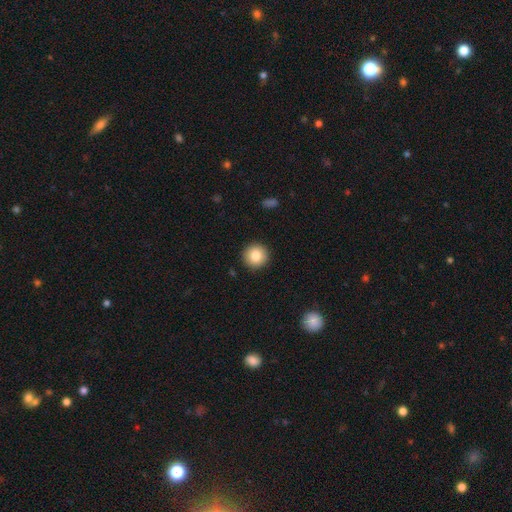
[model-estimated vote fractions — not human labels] The model was most divided on "smooth or featured": smooth: 83%, star or artifact: 9%, featured or disk: 8%. More confident: how rounded — round (95%); merging — none (93%).